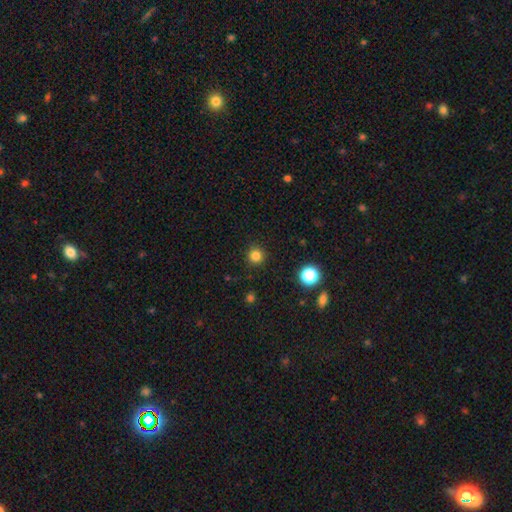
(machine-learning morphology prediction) Overall: smooth (82%). How rounded: round (95%). Merging: none (90%).